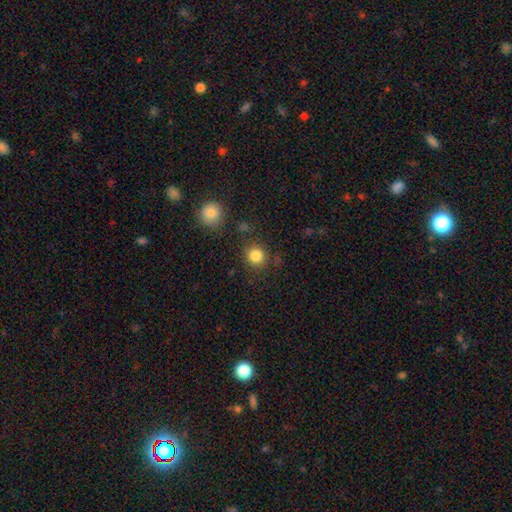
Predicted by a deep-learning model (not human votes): smooth_or_featured: smooth (p=0.84) [alt: star or artifact p=0.11]
how_rounded: round (p=0.90) [alt: in between p=0.09]
merging: none (p=0.85) [alt: minor disturbance p=0.08]